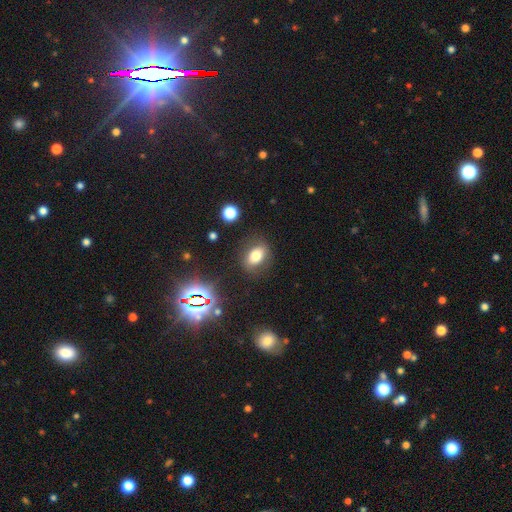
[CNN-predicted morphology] Smooth or featured? smooth (71%)
How rounded? in between (75%)
Merging? none (80%)